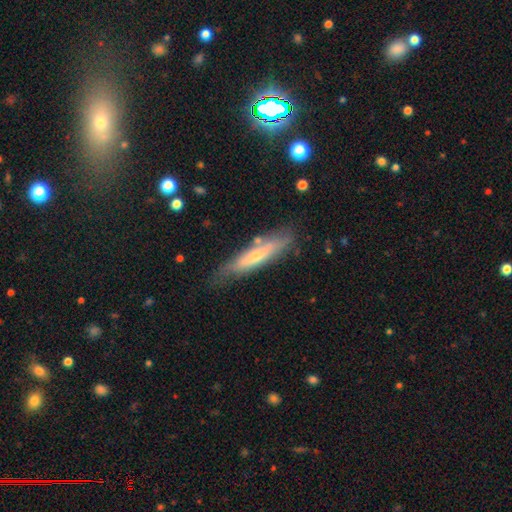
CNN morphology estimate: A smooth galaxy with no disk features (48%).

Vote fractions:
- Smooth or featured? smooth: 48% / featured or disk: 46% / star or artifact: 7%
- Merging? none: 72% / minor disturbance: 19% / major disturbance: 5% / merger: 4%